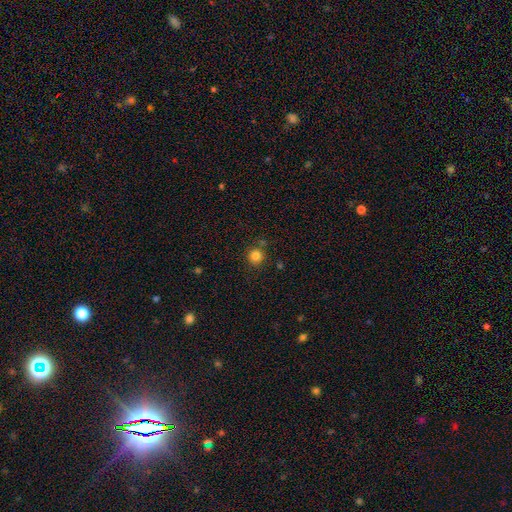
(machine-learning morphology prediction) smooth 82%, star or artifact 13%, featured or disk 5%. Down the decision tree: how rounded — round (92%); merging — none (83%).